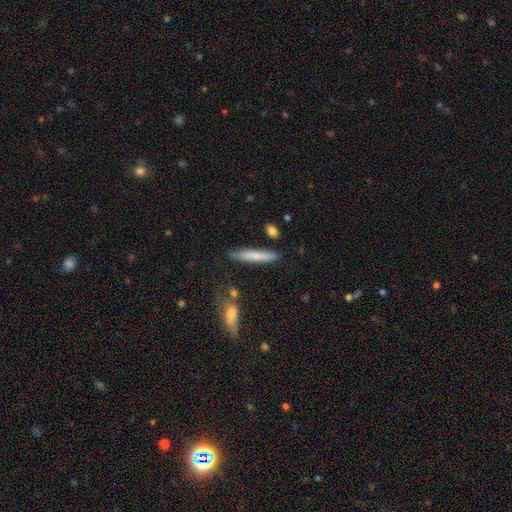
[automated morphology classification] Smooth or featured? Predicted: smooth (p=0.72). How rounded? Predicted: cigar-shaped (p=0.91). Merging? Predicted: none (p=0.80).